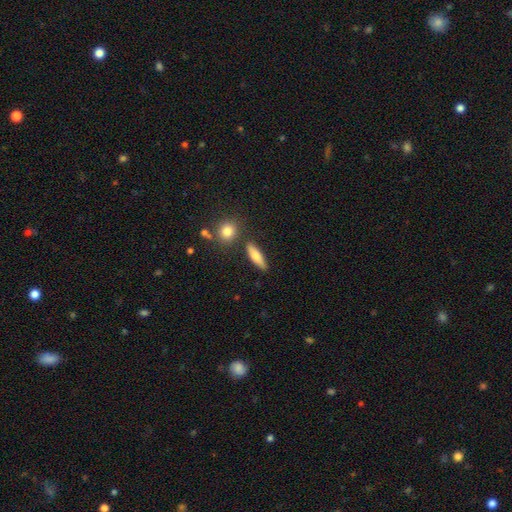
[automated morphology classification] The model was most divided on "how rounded": cigar-shaped: 51%, in between: 45%, round: 4%. More confident: merging — none (79%); smooth or featured — smooth (74%).